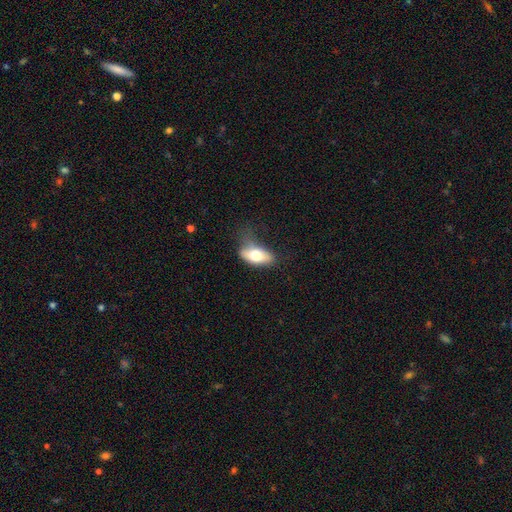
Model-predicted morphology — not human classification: smooth-or-featured: smooth: 72% | featured or disk: 21% | star or artifact: 7%
  how-rounded: in between: 87% | cigar-shaped: 8% | round: 4%
  merging: minor disturbance: 36% | none: 35% | major disturbance: 26% | merger: 4%